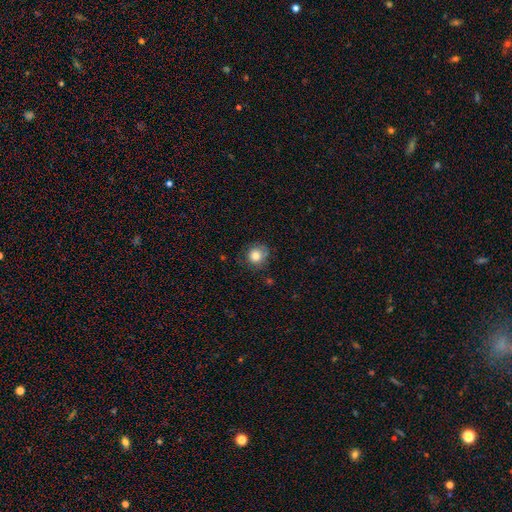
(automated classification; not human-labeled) Q: Smooth or featured?
A: smooth (82%); runner-up: star or artifact (10%)
Q: How rounded?
A: round (88%); runner-up: in between (11%)
Q: Merging?
A: none (74%); runner-up: minor disturbance (19%)